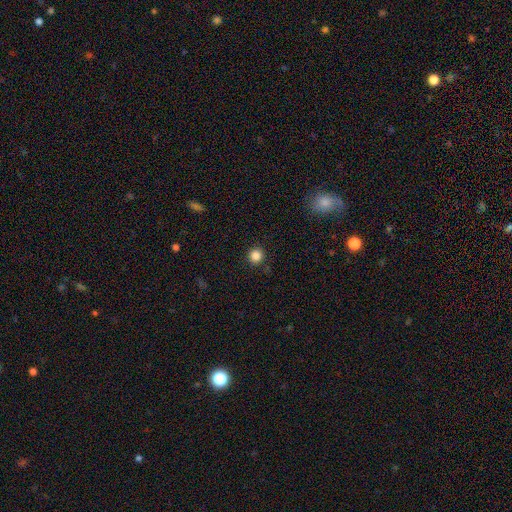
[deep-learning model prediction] This appears to be a smooth galaxy with no disk features (85%) that is round (94%). Merging: none (91%).